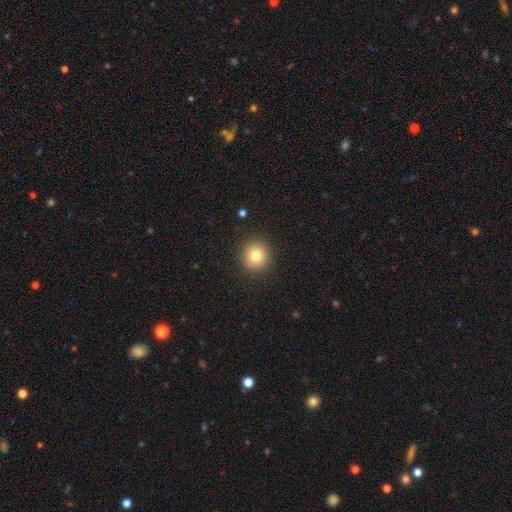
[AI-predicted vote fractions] A smooth galaxy with no disk features (80%) that is round (92%).

Vote fractions:
- Smooth or featured? smooth: 80% / star or artifact: 11% / featured or disk: 9%
- How rounded? round: 92% / in between: 7% / cigar-shaped: 1%
- Merging? none: 91% / minor disturbance: 6% / major disturbance: 2% / merger: 1%